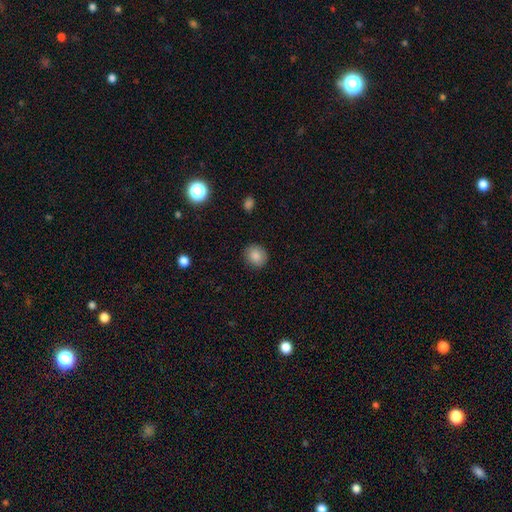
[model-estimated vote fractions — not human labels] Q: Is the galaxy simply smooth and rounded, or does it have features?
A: smooth — 86%.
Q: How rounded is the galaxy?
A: round — 75%.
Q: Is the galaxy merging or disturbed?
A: none — 87%.